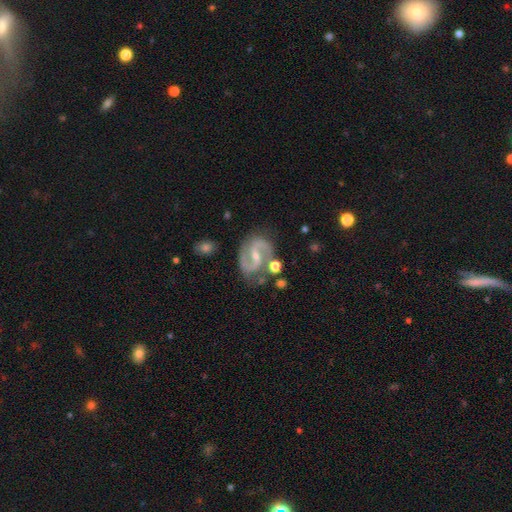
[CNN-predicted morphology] featured or disk 90%, star or artifact 5%, smooth 5%. Down the decision tree: edge-on disk — no (98%); bar — weak (44%); spiral arms — yes (97%); spiral arm count — 2 (93%); spiral winding — medium (59%); bulge size — small (57%); merging — none (75%).